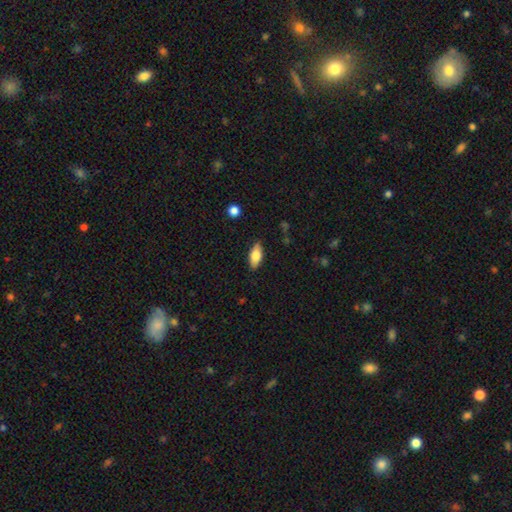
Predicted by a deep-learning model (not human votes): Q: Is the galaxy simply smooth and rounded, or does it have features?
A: smooth — 78%.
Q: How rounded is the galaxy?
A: in between — 85%.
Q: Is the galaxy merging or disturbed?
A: none — 87%.